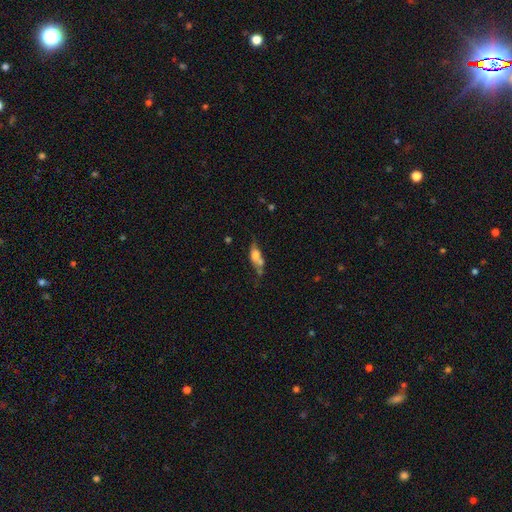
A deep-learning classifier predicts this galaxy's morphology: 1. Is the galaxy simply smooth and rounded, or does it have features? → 58% smooth, 32% featured or disk, 10% star or artifact.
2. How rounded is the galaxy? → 71% in between, 20% cigar-shaped, 9% round.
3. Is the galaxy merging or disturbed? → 38% merger, 32% none, 18% minor disturbance, 12% major disturbance.